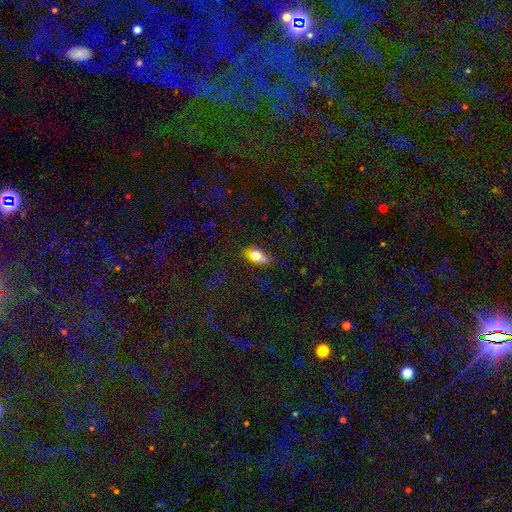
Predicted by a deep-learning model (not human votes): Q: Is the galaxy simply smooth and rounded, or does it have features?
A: smooth — 73%.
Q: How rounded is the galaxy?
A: in between — 83%.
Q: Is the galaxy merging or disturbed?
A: none — 73%.